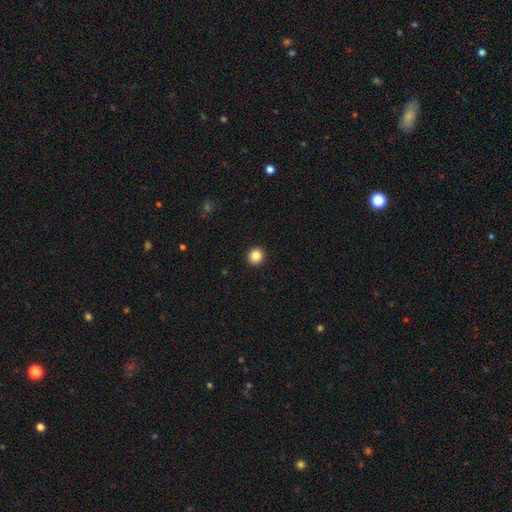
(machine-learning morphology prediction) Smooth or featured? Predicted: smooth (p=0.85). How rounded? Predicted: round (p=0.91). Merging? Predicted: none (p=0.94).